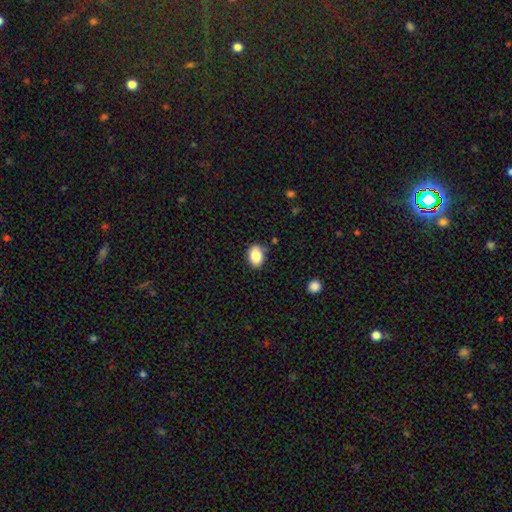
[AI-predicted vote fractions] smooth-or-featured: smooth: 86% | star or artifact: 8% | featured or disk: 6%
  how-rounded: in between: 76% | round: 23% | cigar-shaped: 1%
  merging: none: 84% | minor disturbance: 11% | major disturbance: 2% | merger: 2%